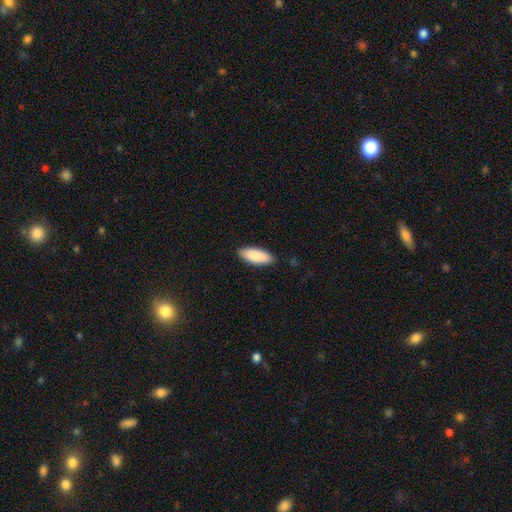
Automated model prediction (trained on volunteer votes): A smooth galaxy with no disk features (90%) that is in between round and cigar-shaped (76%).

Vote fractions:
- Smooth or featured? smooth: 90% / star or artifact: 5% / featured or disk: 5%
- How rounded? in between: 76% / cigar-shaped: 22% / round: 2%
- Merging? none: 89% / minor disturbance: 9% / major disturbance: 2% / merger: 1%